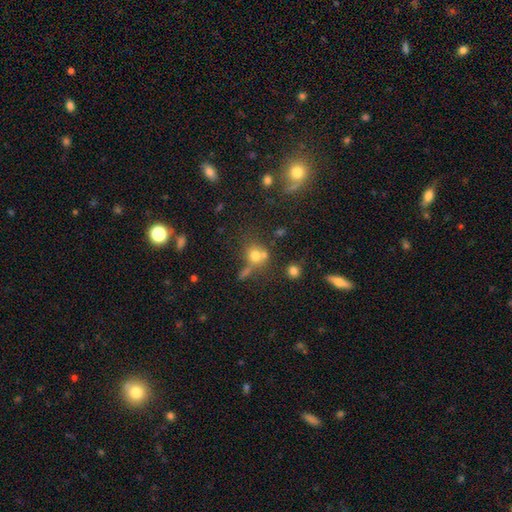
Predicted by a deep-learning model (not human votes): Smooth or featured?
  - smooth: 69% *
  - star or artifact: 17%
  - featured or disk: 14%
How rounded?
  - round: 79% *
  - in between: 20%
  - cigar-shaped: 2%
Merging?
  - none: 46% *
  - merger: 33%
  - minor disturbance: 12%
  - major disturbance: 9%